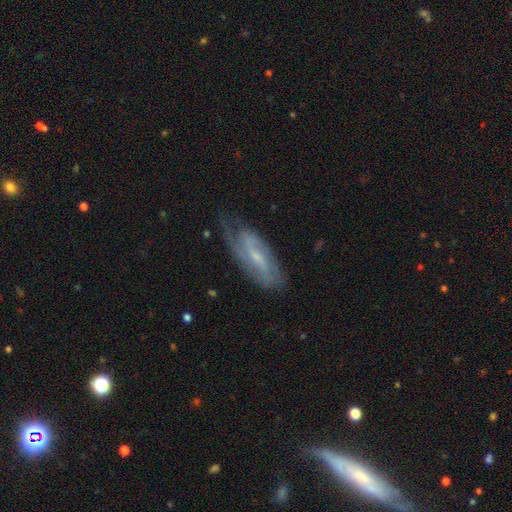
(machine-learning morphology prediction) A featured or disk galaxy (71%) with a weak bar (48%), 2 (46%) medium (41%) spiral arms (89%) and a small central bulge (63%).

Vote fractions:
- Smooth or featured? featured or disk: 71% / smooth: 22% / star or artifact: 7%
- Edge-on disk? no: 84% / yes: 16%
- Bar? weak: 48% / no: 34% / strong: 18%
- Spiral arms? yes: 89% / no: 11%
- Spiral winding? medium: 41% / tight: 38% / loose: 21%
- Spiral arm count? 2: 46% / can't tell: 32% / 1: 9% / 3: 7% / 4: 3% / more than 4: 2%
- Bulge size? small: 63% / moderate: 26% / none: 9% / large: 2% / dominant: 1%
- Merging? none: 62% / minor disturbance: 26% / major disturbance: 11% / merger: 2%